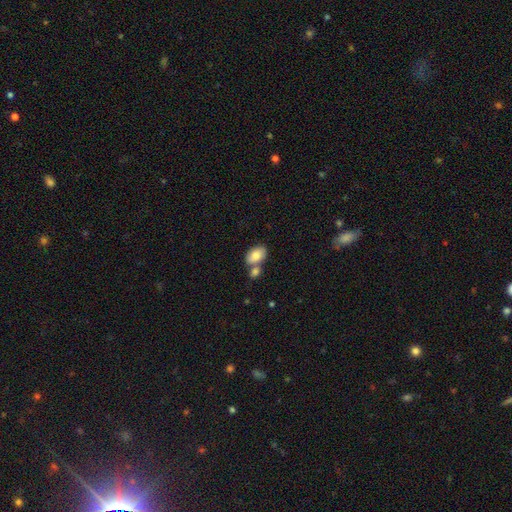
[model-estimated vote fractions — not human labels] A smooth galaxy with no disk features (80%) that is in between round and cigar-shaped (90%). Merging: none (45%).